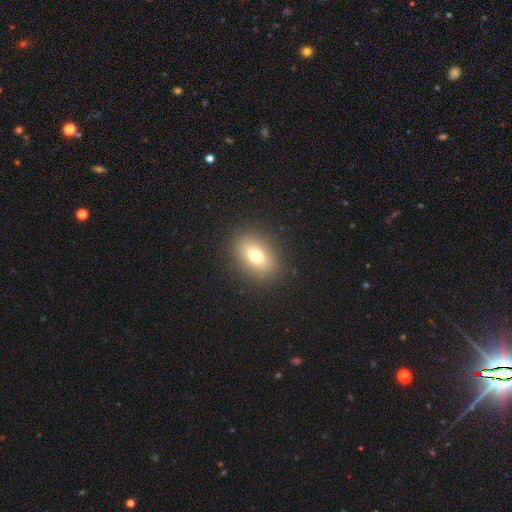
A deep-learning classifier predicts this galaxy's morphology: Smooth or featured? Predicted: smooth (p=0.73). How rounded? Predicted: in between (p=0.72). Merging? Predicted: none (p=0.88).